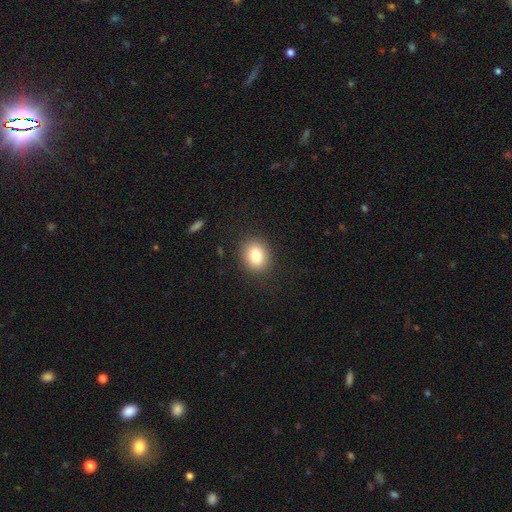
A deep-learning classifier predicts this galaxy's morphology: smooth 82%, star or artifact 10%, featured or disk 8%. Down the decision tree: how rounded — round (61%); merging — none (89%).